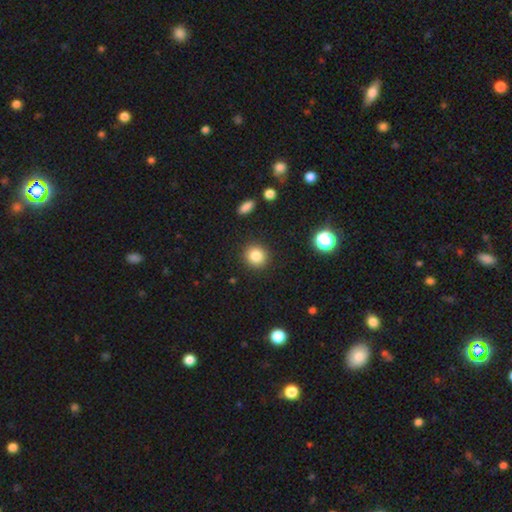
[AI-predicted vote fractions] Morphology: type=smooth (84%); roundness=round (89%); merging=none (90%).